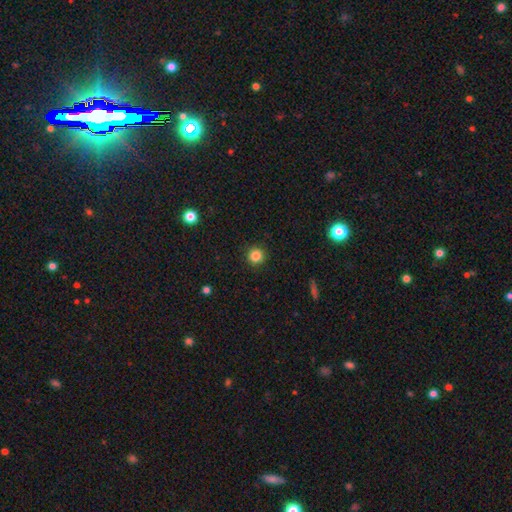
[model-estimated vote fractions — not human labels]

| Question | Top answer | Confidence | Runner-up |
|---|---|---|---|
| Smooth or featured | smooth | 84% | star or artifact (11%) |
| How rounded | round | 95% | in between (4%) |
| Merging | none | 92% | minor disturbance (5%) |